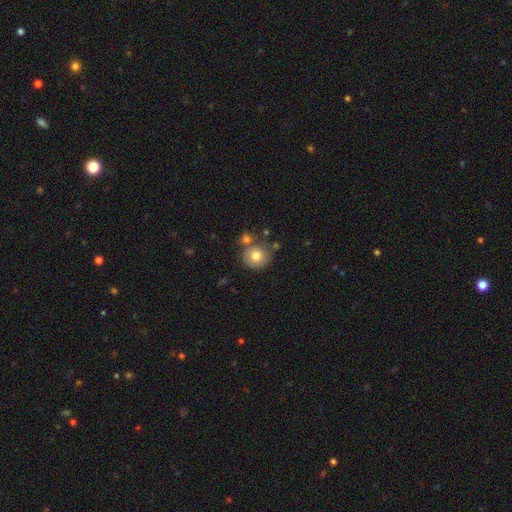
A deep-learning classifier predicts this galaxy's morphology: Q: Smooth or featured?
A: smooth (77%); runner-up: featured or disk (14%)
Q: How rounded?
A: round (89%); runner-up: in between (10%)
Q: Merging?
A: none (65%); runner-up: merger (19%)